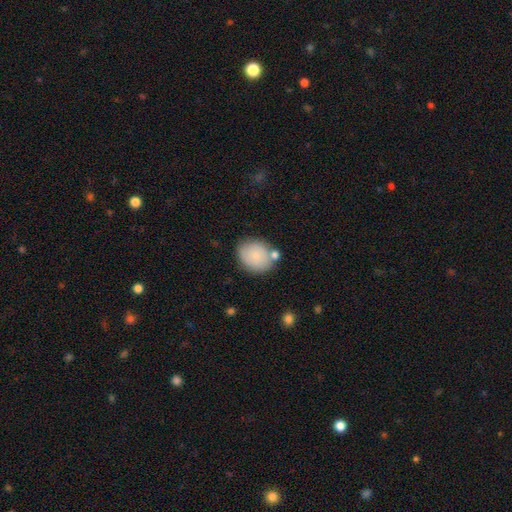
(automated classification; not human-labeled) Smooth or featured? smooth (76%)
How rounded? round (55%)
Merging? none (68%)